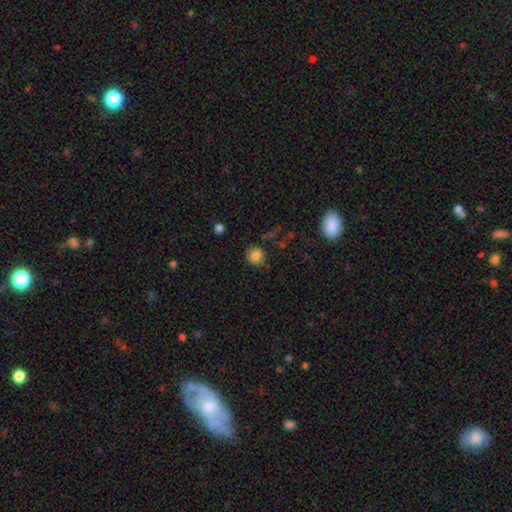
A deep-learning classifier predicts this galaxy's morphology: smooth 83%, star or artifact 11%, featured or disk 7%. Down the decision tree: how rounded — round (86%); merging — none (84%).